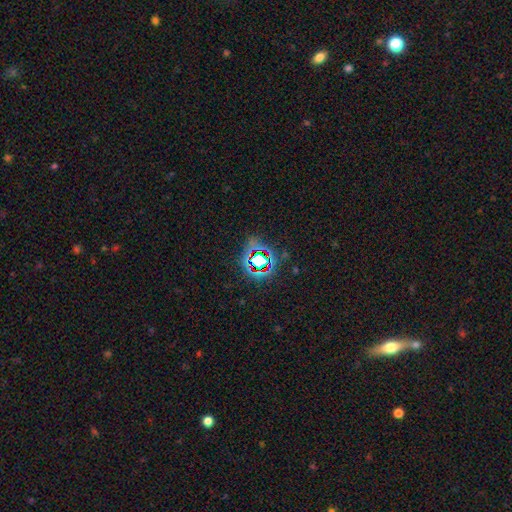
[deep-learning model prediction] star or artifact 65%, smooth 24%, featured or disk 11%.